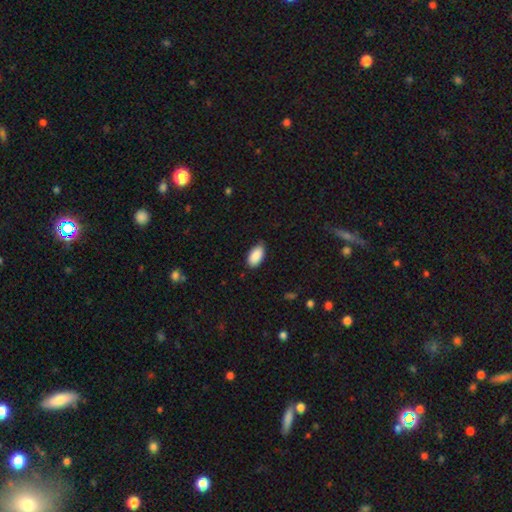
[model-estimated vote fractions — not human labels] smooth-or-featured: smooth: 90% | star or artifact: 6% | featured or disk: 4%
  how-rounded: in between: 95% | cigar-shaped: 3% | round: 2%
  merging: none: 78% | minor disturbance: 18% | major disturbance: 2% | merger: 1%